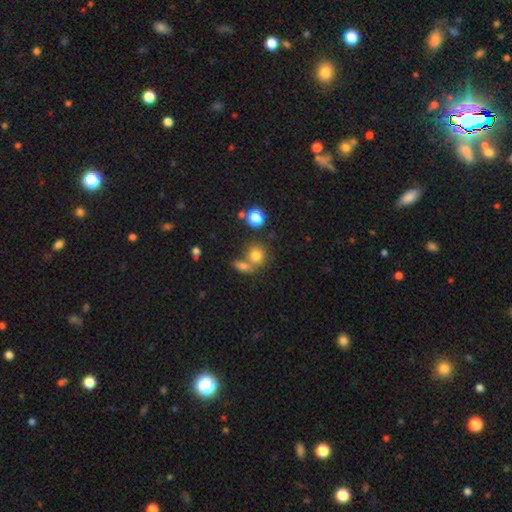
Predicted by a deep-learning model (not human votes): Morphology: type=smooth (77%); roundness=round (78%); merging=none (52%).